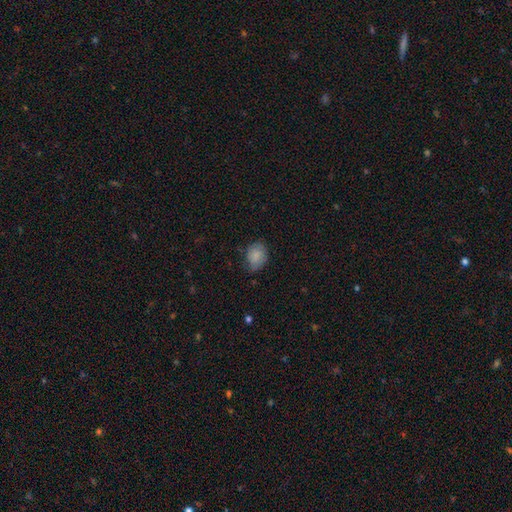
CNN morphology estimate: A smooth galaxy with no disk features (83%) that is in between round and cigar-shaped (57%).

Vote fractions:
- Smooth or featured? smooth: 83% / featured or disk: 9% / star or artifact: 8%
- How rounded? in between: 57% / round: 42% / cigar-shaped: 1%
- Merging? none: 67% / minor disturbance: 26% / major disturbance: 5% / merger: 1%